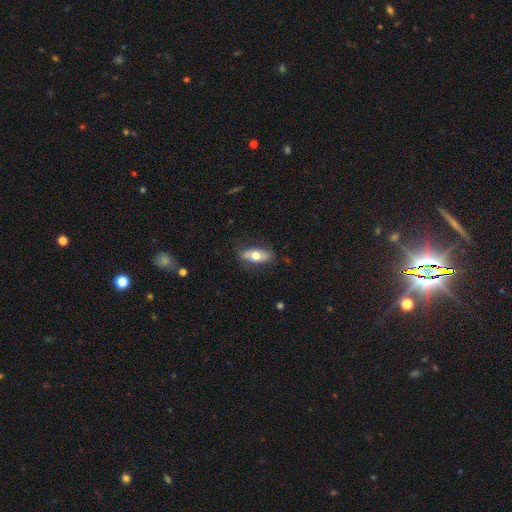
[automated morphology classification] Q: Smooth or featured?
A: smooth (63%); runner-up: featured or disk (31%)
Q: How rounded?
A: in between (77%); runner-up: cigar-shaped (19%)
Q: Merging?
A: none (81%); runner-up: minor disturbance (14%)